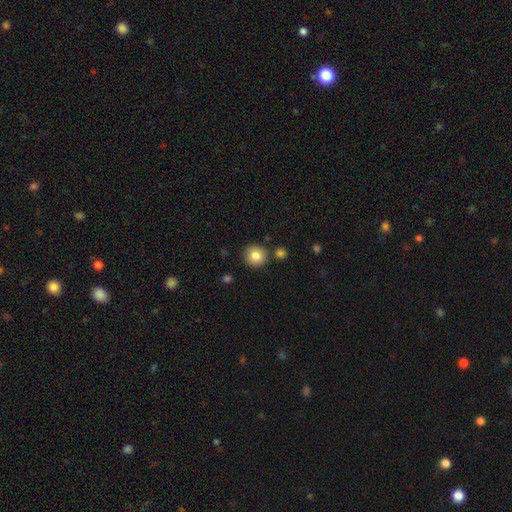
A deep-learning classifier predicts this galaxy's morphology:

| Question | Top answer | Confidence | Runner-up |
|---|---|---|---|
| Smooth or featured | smooth | 84% | star or artifact (9%) |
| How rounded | round | 92% | in between (7%) |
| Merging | none | 84% | minor disturbance (8%) |